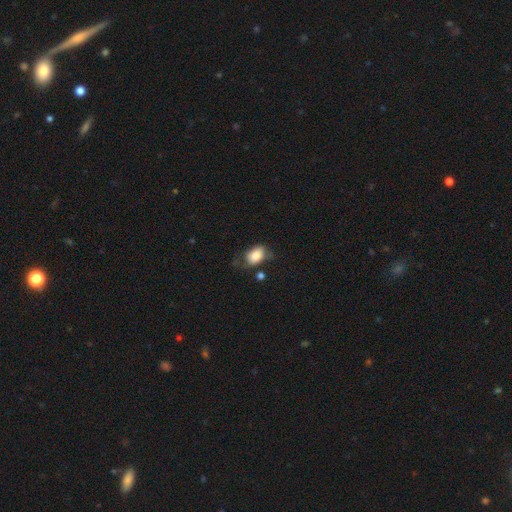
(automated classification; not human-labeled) Morphology: type=smooth (80%); roundness=in between (81%); merging=none (52%).